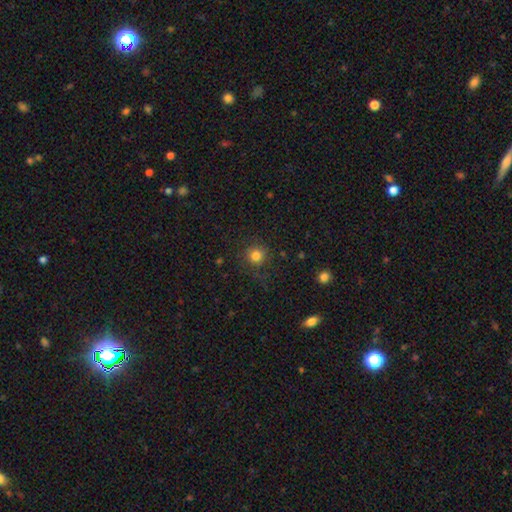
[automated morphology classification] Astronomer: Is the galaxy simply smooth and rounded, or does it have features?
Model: smooth — 82%.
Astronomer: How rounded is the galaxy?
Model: round — 93%.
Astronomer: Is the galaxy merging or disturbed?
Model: none — 85%.